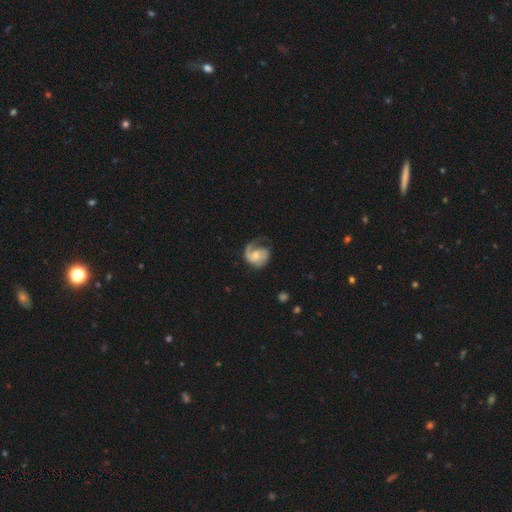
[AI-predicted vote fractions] Q: Smooth or featured?
A: featured or disk (77%); runner-up: smooth (18%)
Q: Edge-on disk?
A: no (98%); runner-up: yes (2%)
Q: Bar?
A: no (59%); runner-up: weak (34%)
Q: Spiral arms?
A: yes (94%); runner-up: no (6%)
Q: Spiral winding?
A: medium (44%); runner-up: loose (30%)
Q: Spiral arm count?
A: 1 (49%); runner-up: 2 (43%)
Q: Bulge size?
A: small (45%); runner-up: moderate (43%)
Q: Merging?
A: none (52%); runner-up: major disturbance (24%)